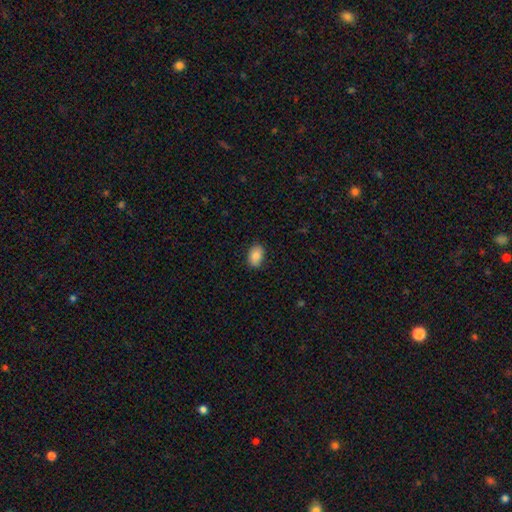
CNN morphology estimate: smooth-or-featured: smooth: 84% | featured or disk: 9% | star or artifact: 7%
  how-rounded: in between: 85% | round: 14% | cigar-shaped: 1%
  merging: none: 86% | minor disturbance: 11% | major disturbance: 2% | merger: 1%